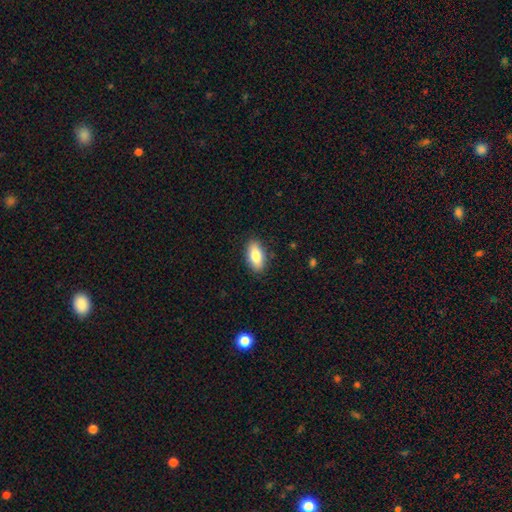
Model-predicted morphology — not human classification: Smooth or featured? smooth (81%)
How rounded? in between (89%)
Merging? none (88%)